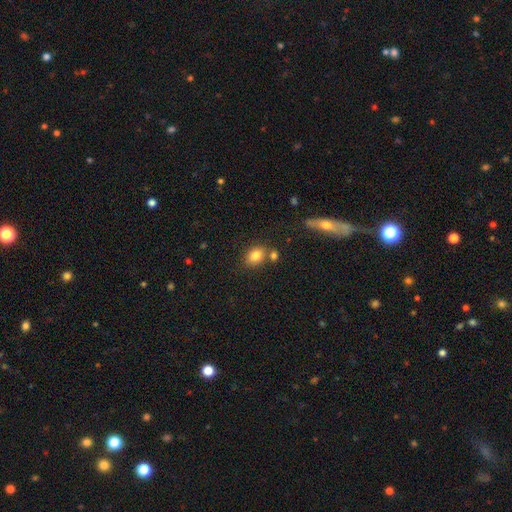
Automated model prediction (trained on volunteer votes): A smooth galaxy with no disk features (82%) that is in between round and cigar-shaped (61%). Merging: none (66%).